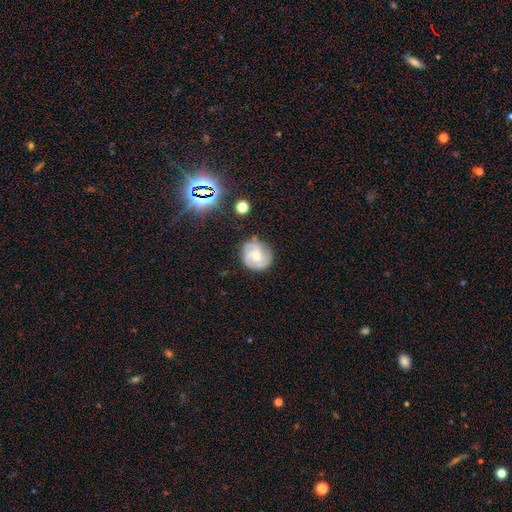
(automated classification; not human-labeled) The model was most divided on "bulge size": moderate: 52%, small: 42%, large: 3%, none: 2%, dominant: 1%. Remaining: edge-on disk — no (98%); spiral arms — yes (94%); merging — none (73%); smooth or featured — featured or disk (71%); bar — no (68%); spiral winding — tight (50%); spiral arm count — 3 (49%).